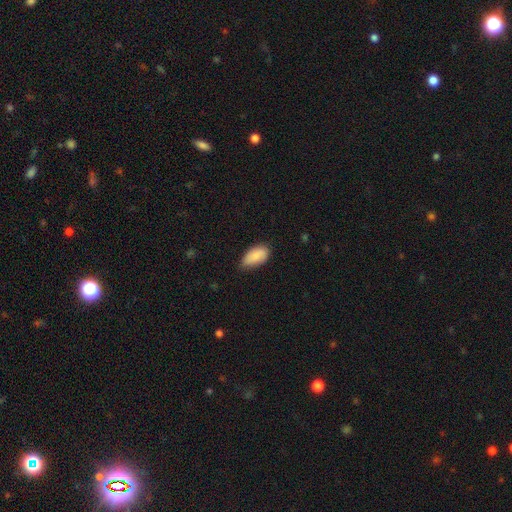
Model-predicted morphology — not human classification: Smooth or featured? smooth (85%)
How rounded? in between (94%)
Merging? none (63%)